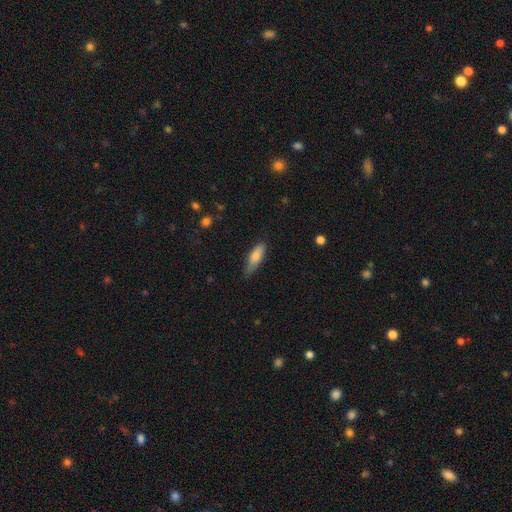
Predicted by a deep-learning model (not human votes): This appears to be a smooth galaxy with no disk features (76%) that is in between round and cigar-shaped (57%). Merging: none (59%).